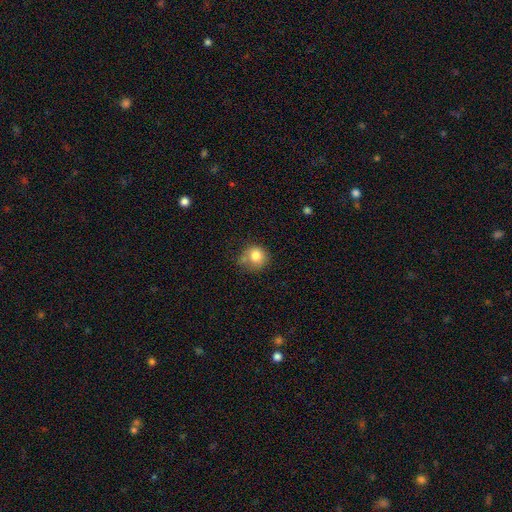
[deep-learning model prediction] smooth 80%, featured or disk 10%, star or artifact 10%. Down the decision tree: how rounded — round (83%); merging — none (53%).